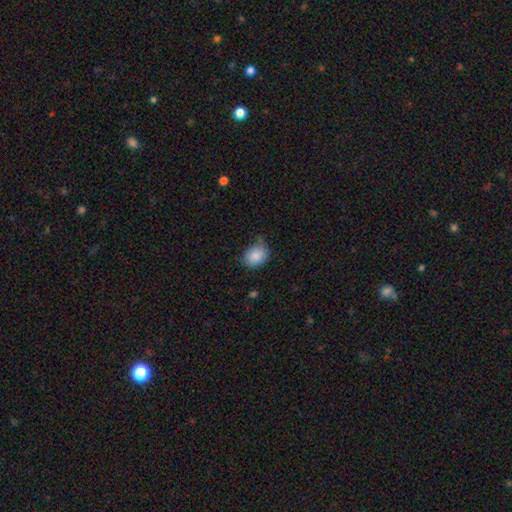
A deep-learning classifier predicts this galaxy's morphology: This appears to be a smooth galaxy with no disk features (86%) that is in between round and cigar-shaped (55%). Merging: none (65%).